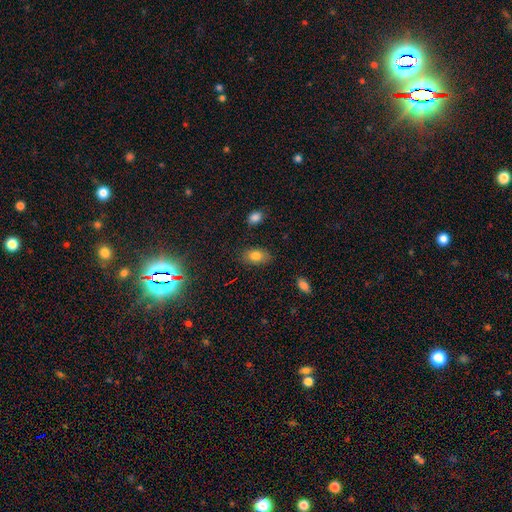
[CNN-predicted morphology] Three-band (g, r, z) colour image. It shows a smooth galaxy with no disk features (81%) that is in between round and cigar-shaped (90%). Merging: none (83%).